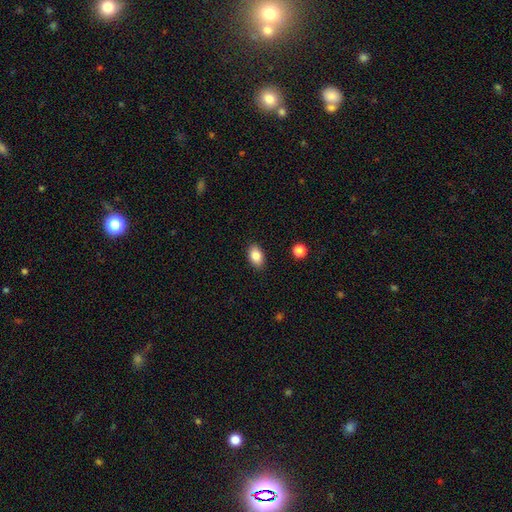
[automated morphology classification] smooth_or_featured: smooth (p=0.83) [alt: featured or disk p=0.08]
how_rounded: in between (p=0.89) [alt: round p=0.10]
merging: none (p=0.89) [alt: minor disturbance p=0.08]